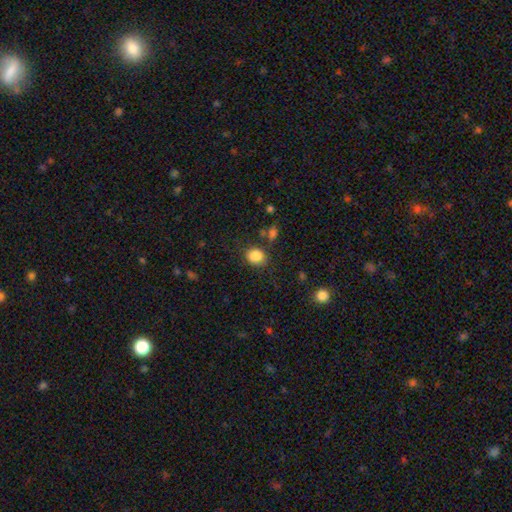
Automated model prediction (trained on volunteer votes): Overall: smooth (85%). How rounded: round (53%; in between 46%). Merging: none (72%).